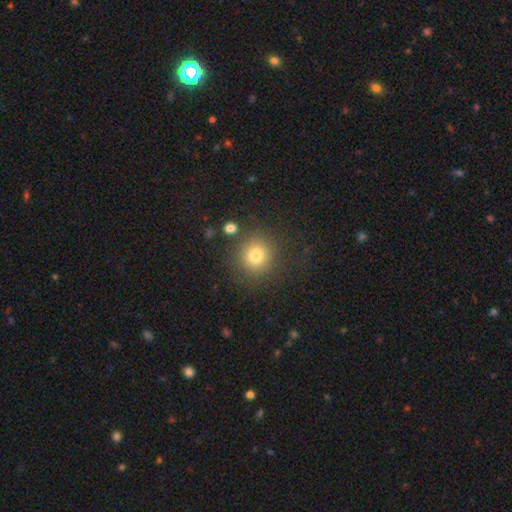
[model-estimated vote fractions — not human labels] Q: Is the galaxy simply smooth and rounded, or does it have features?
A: smooth — 80%.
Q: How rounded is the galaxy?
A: round — 89%.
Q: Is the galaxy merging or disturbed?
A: none — 84%.